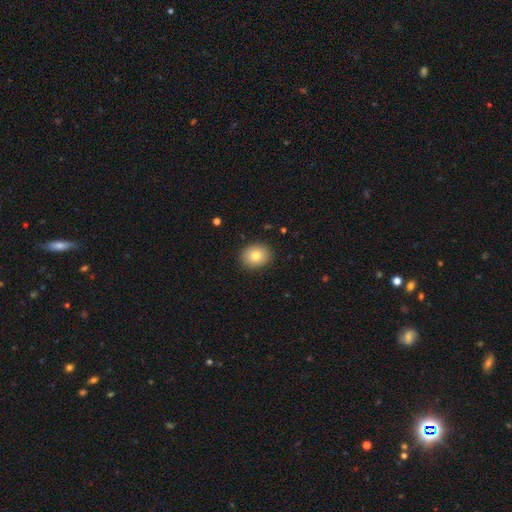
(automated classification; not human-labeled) The model was most divided on "how rounded": round: 69%, in between: 30%, cigar-shaped: 1%. More confident: merging — none (90%); smooth or featured — smooth (78%).